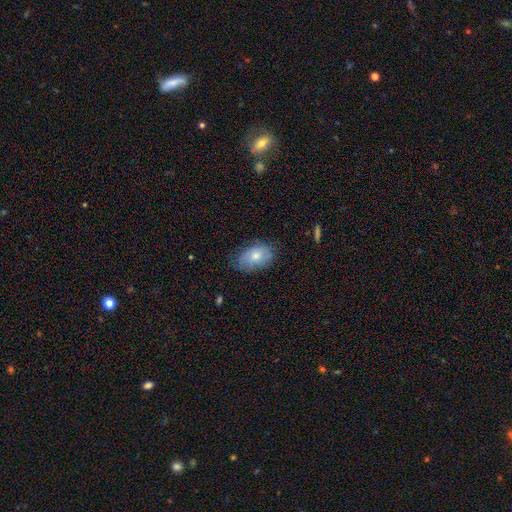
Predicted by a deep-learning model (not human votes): This appears to be a smooth galaxy with no disk features (64%) that is in between round and cigar-shaped (88%). Merging: none (73%).